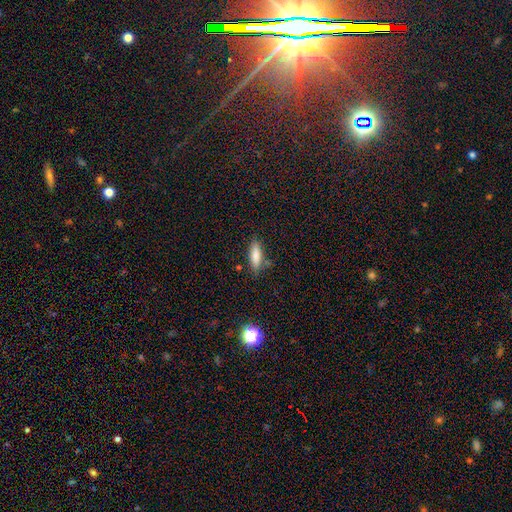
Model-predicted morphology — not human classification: Smooth or featured? smooth (78%)
How rounded? cigar-shaped (52%)
Merging? none (78%)